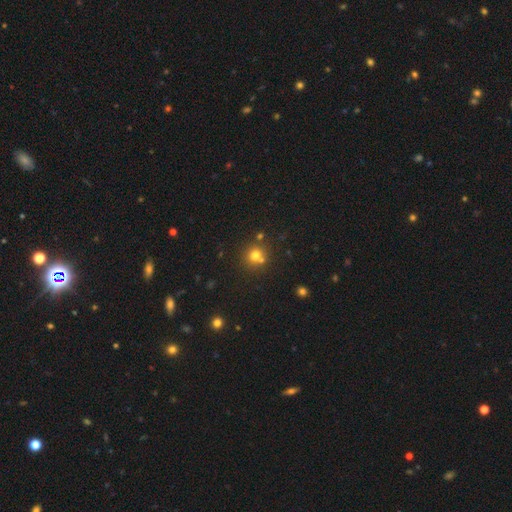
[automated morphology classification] This appears to be a smooth galaxy with no disk features (72%) that is round (90%). Merging: none (65%).